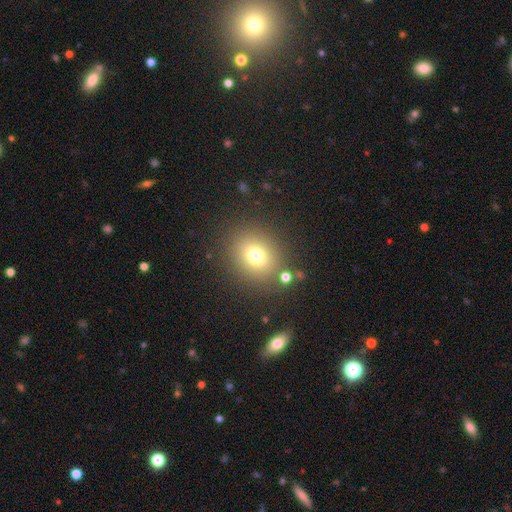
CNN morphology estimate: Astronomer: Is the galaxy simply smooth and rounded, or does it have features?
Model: smooth — 74%.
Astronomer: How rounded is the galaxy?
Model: round — 69%.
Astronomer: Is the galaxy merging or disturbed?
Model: none — 83%.